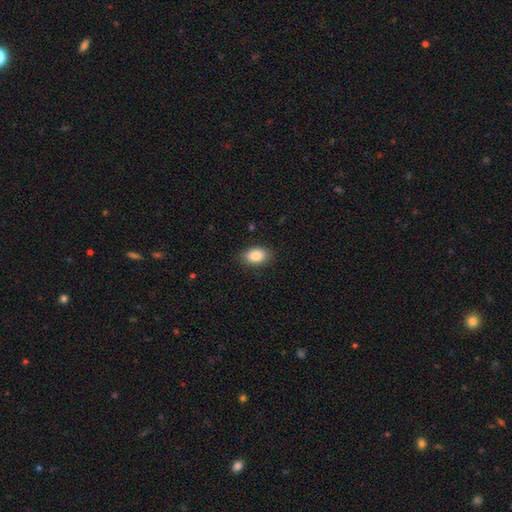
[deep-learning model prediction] smooth_or_featured: smooth (p=0.86) [alt: star or artifact p=0.08]
how_rounded: in between (p=0.87) [alt: round p=0.11]
merging: none (p=0.85) [alt: minor disturbance p=0.11]